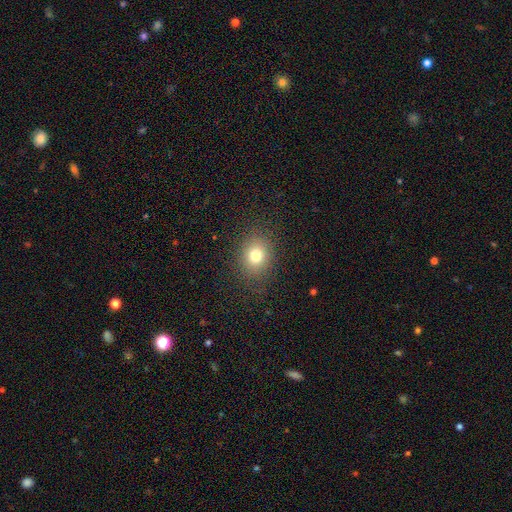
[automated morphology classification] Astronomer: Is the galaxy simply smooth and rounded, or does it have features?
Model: smooth — 76%.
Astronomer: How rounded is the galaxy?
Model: round — 59% (runner-up: in between, 40%).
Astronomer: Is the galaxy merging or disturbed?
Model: none — 85%.